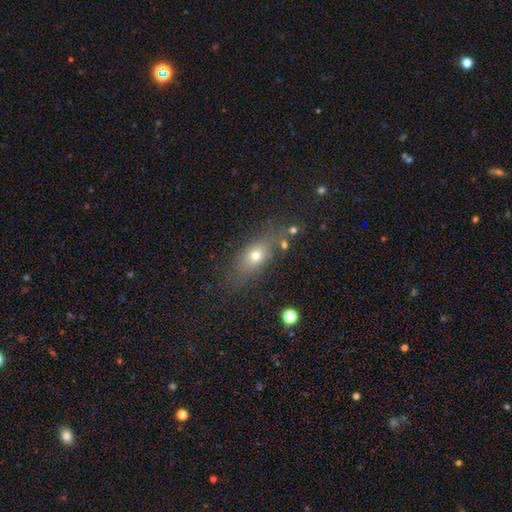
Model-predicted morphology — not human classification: The model was most divided on "smooth or featured": smooth: 63%, featured or disk: 21%, star or artifact: 15%. More confident: merging — none (74%); how rounded — in between (65%).